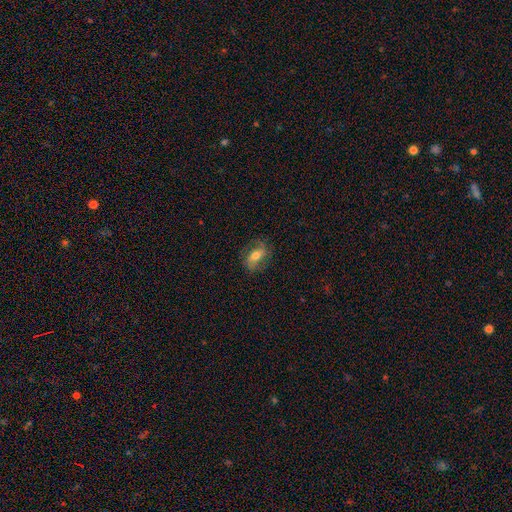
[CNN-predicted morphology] This is possibly a featured or disk galaxy (51%). It is clearly not viewed edge-on (89%). Merging: likely none (75%).